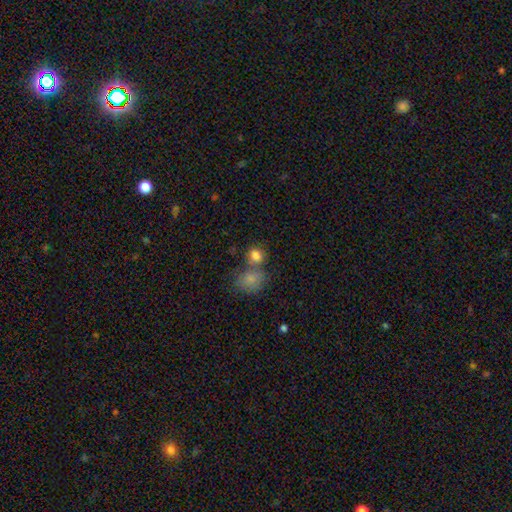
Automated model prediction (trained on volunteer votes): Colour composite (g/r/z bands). It shows a smooth galaxy with no disk features (82%) that is round (67%). Merging: none (47%).